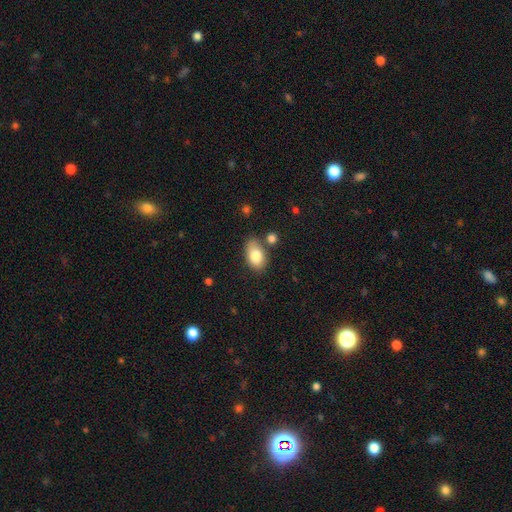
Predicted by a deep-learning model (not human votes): Smooth or featured: smooth — 81% (featured or disk — 12%)
How rounded: in between — 90% (round — 9%)
Merging: none — 67% (minor disturbance — 18%)